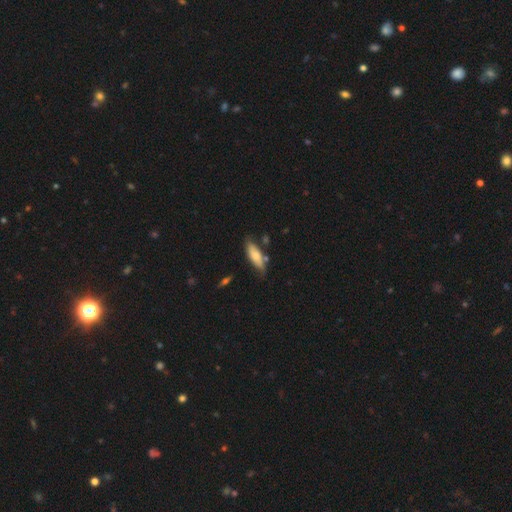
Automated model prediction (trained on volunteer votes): The model was most divided on "how rounded": in between: 61%, cigar-shaped: 36%, round: 2%. More confident: merging — none (70%); smooth or featured — smooth (68%).